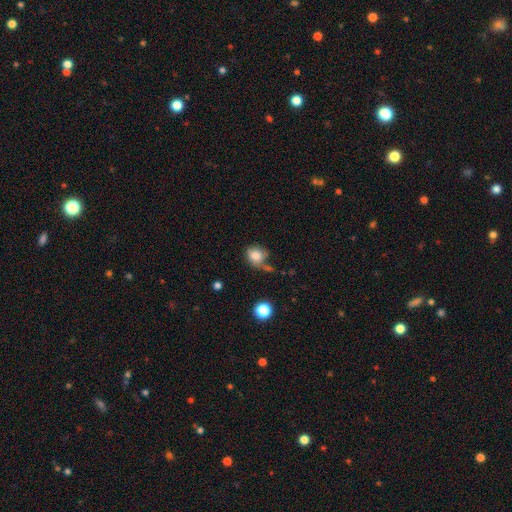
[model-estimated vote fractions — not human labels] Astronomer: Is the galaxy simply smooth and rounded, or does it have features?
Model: smooth — 81%.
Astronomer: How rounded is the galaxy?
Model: round — 73%.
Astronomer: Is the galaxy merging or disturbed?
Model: none — 48% (runner-up: minor disturbance, 24%).